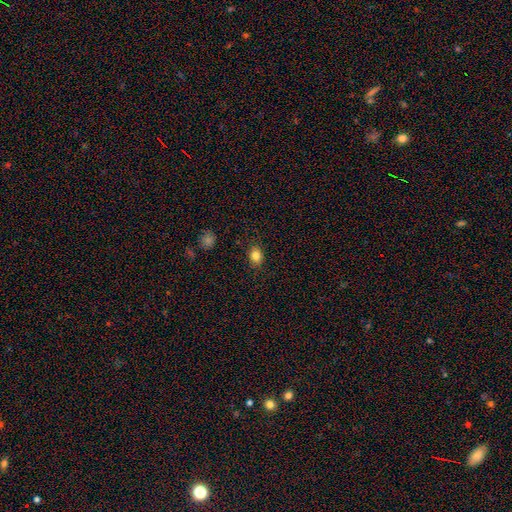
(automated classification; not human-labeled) Smooth or featured? smooth (82%)
How rounded? in between (56%)
Merging? none (86%)